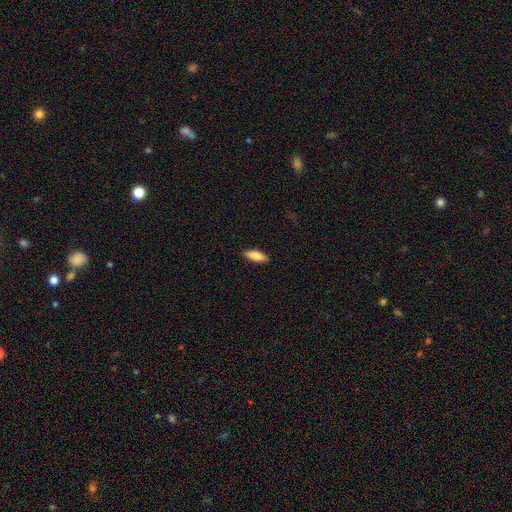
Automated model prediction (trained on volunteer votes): This appears to be a smooth galaxy with no disk features (85%) that is in between round and cigar-shaped (68%). Merging: none (88%).